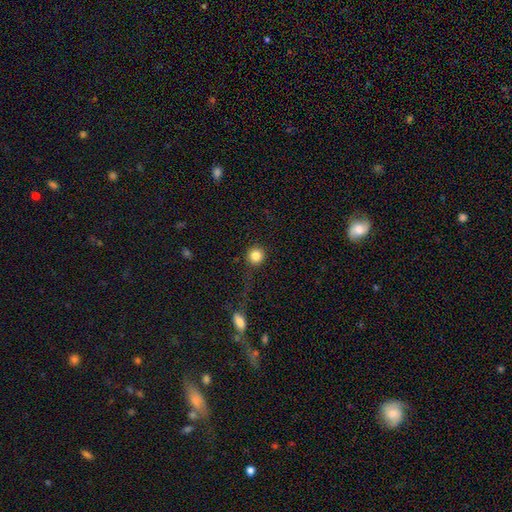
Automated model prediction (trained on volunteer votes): This is clearly a smooth galaxy (84%). How rounded: clearly round (94%). Merging: clearly none (85%).